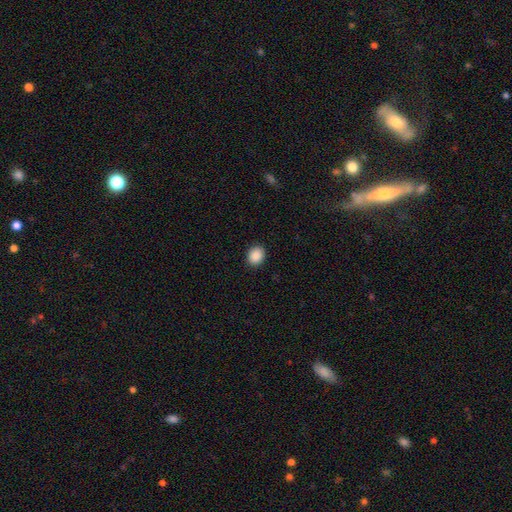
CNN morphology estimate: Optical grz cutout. It shows a smooth galaxy with no disk features (90%) that is round (57%). Merging: none (91%).